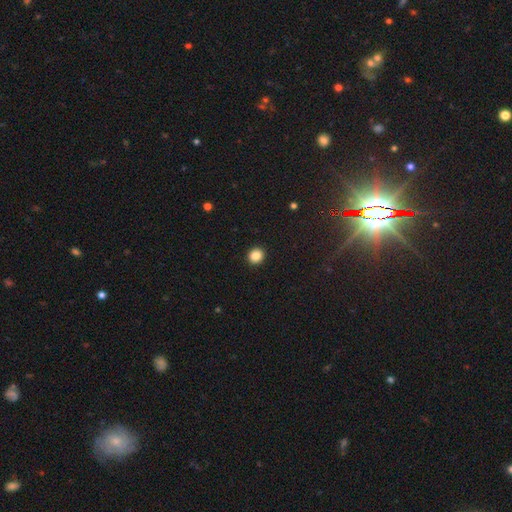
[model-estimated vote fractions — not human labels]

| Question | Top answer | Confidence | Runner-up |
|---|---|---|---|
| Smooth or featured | smooth | 86% | star or artifact (10%) |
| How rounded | round | 86% | in between (13%) |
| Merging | none | 93% | minor disturbance (4%) |